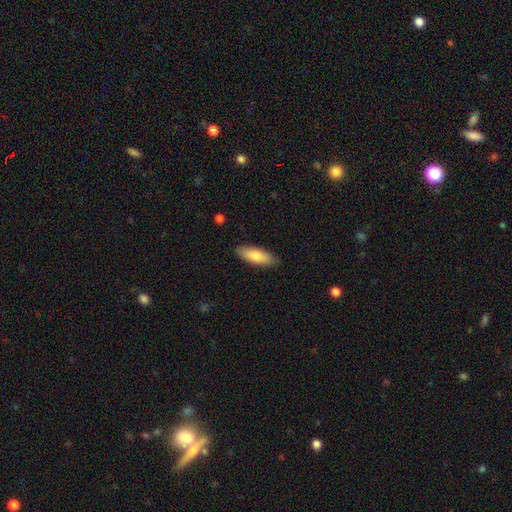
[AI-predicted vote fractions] Smooth or featured: smooth — 78% (featured or disk — 17%)
How rounded: in between — 61% (cigar-shaped — 37%)
Merging: none — 87% (minor disturbance — 10%)